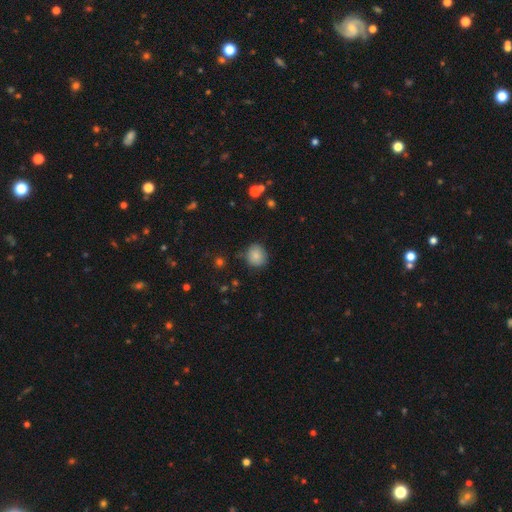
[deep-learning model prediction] Morphology: type=smooth (84%); roundness=round (82%); merging=none (81%).